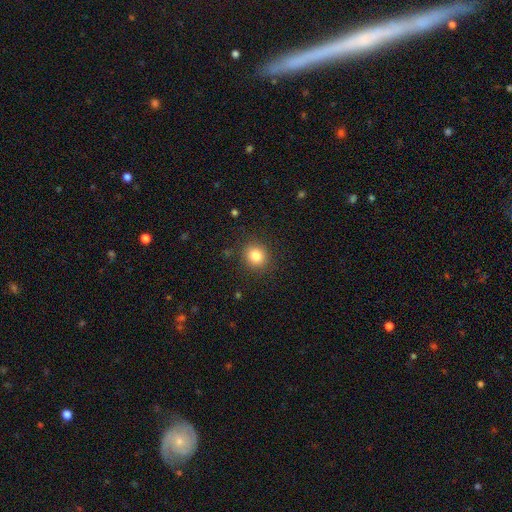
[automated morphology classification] Smooth or featured: smooth — 83% (star or artifact — 11%)
How rounded: round — 85% (in between — 14%)
Merging: none — 89% (minor disturbance — 8%)